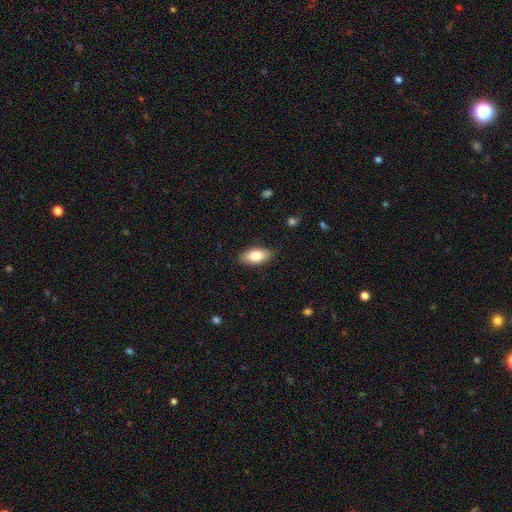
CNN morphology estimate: type=smooth (82%); roundness=in between (88%); merging=none (86%).